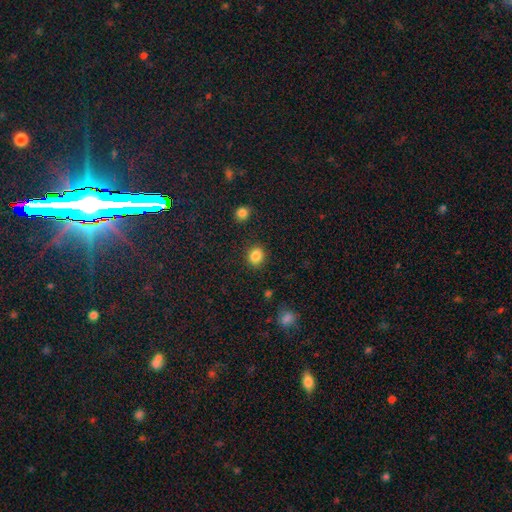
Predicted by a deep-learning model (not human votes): smooth_or_featured: smooth (p=0.86) [alt: star or artifact p=0.10]
how_rounded: round (p=0.70) [alt: in between p=0.30]
merging: none (p=0.87) [alt: minor disturbance p=0.08]